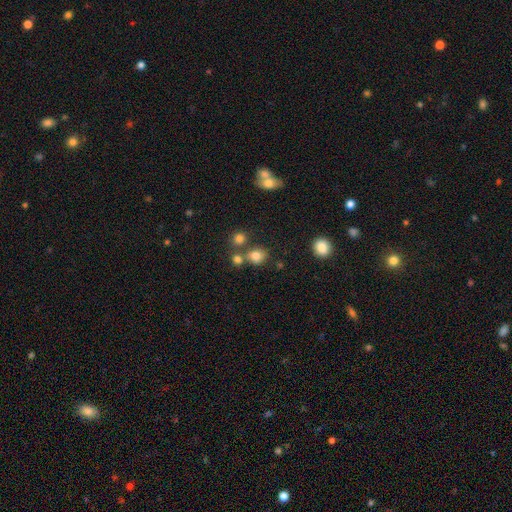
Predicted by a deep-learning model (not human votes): This appears to be a smooth galaxy with no disk features (78%) that is round (66%). Merging: none (60%).